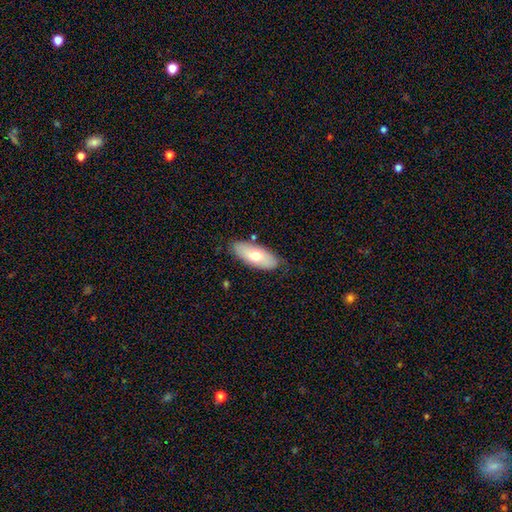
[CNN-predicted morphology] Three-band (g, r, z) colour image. It shows a smooth galaxy with no disk features (64%) that is in between round and cigar-shaped (84%). Merging: none (80%).